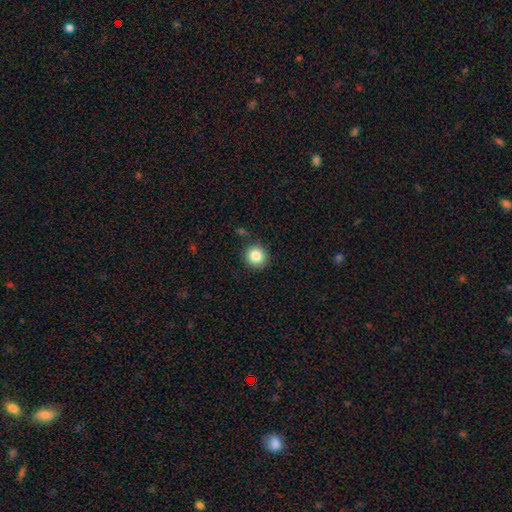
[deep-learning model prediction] smooth-or-featured: smooth: 85% | star or artifact: 9% | featured or disk: 6%
  how-rounded: round: 89% | in between: 10% | cigar-shaped: 1%
  merging: none: 87% | minor disturbance: 9% | major disturbance: 2% | merger: 2%